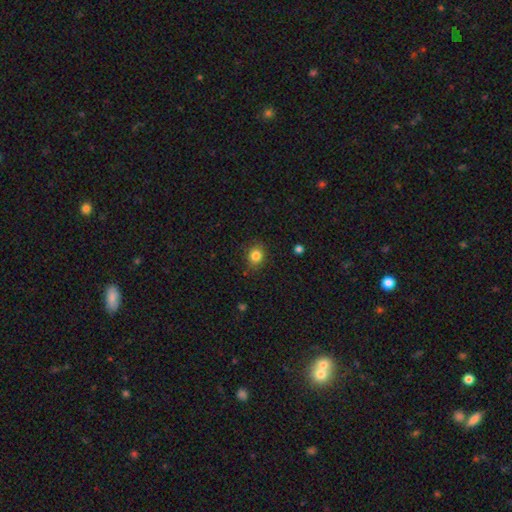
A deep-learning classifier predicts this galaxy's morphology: A smooth galaxy with no disk features (83%) that is round (69%).

Vote fractions:
- Smooth or featured? smooth: 83% / star or artifact: 11% / featured or disk: 6%
- How rounded? round: 69% / in between: 30% / cigar-shaped: 1%
- Merging? none: 85% / minor disturbance: 11% / major disturbance: 3% / merger: 1%